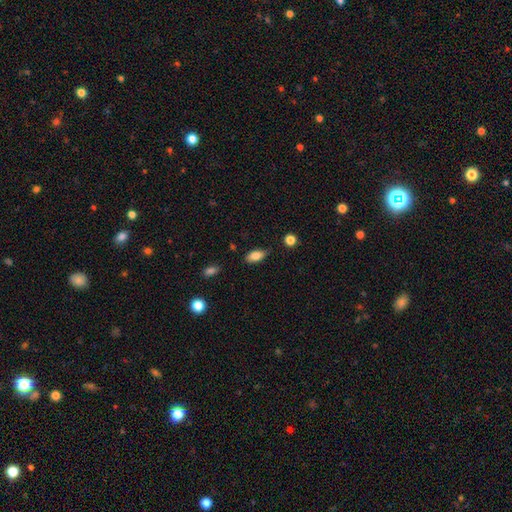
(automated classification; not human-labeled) Smooth or featured: smooth — 83% (featured or disk — 10%)
How rounded: in between — 89% (cigar-shaped — 7%)
Merging: none — 80% (minor disturbance — 16%)